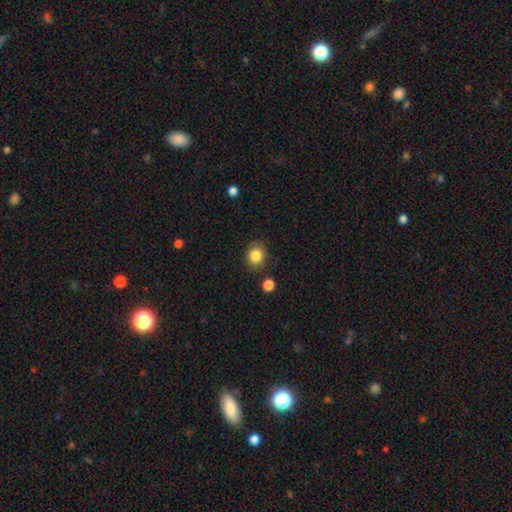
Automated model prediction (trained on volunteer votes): Smooth or featured? Predicted: smooth (p=0.85). How rounded? Predicted: round (p=0.79). Merging? Predicted: none (p=0.83).